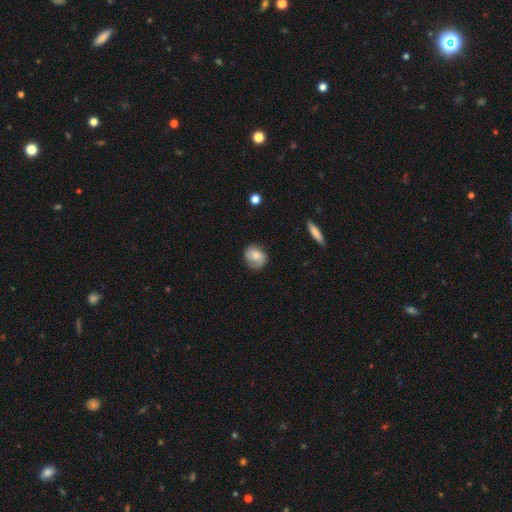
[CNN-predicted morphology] smooth-or-featured: smooth: 57% | featured or disk: 35% | star or artifact: 8%
  how-rounded: round: 68% | in between: 30% | cigar-shaped: 1%
  merging: none: 69% | minor disturbance: 23% | major disturbance: 7% | merger: 1%